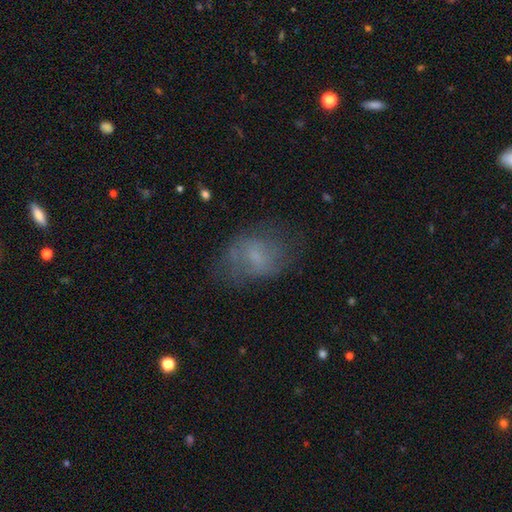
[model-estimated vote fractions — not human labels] Smooth or featured? Predicted: smooth (p=0.52). How rounded? Predicted: in between (p=0.73). Merging? Predicted: none (p=0.58).